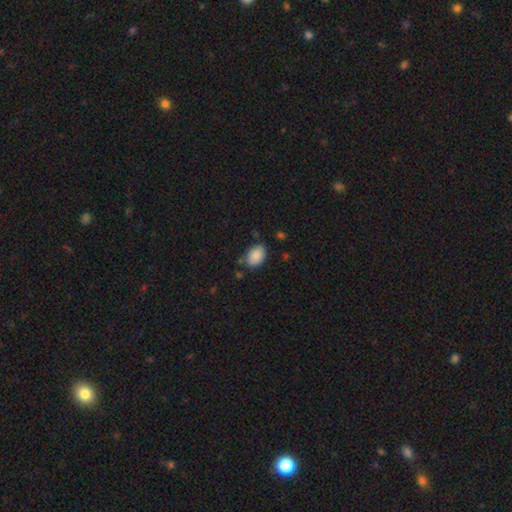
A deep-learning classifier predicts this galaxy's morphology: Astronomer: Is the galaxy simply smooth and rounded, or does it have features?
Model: smooth — 88%.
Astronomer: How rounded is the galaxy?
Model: in between — 84%.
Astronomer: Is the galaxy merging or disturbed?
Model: none — 76%.